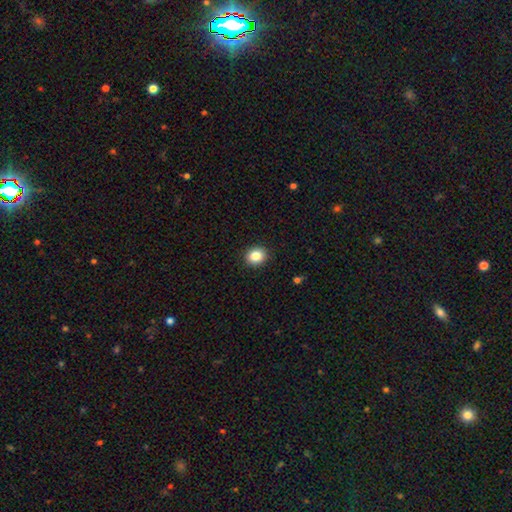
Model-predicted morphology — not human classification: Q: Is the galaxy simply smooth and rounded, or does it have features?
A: smooth — 85%.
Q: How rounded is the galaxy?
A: round — 73%.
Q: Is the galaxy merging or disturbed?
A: none — 92%.